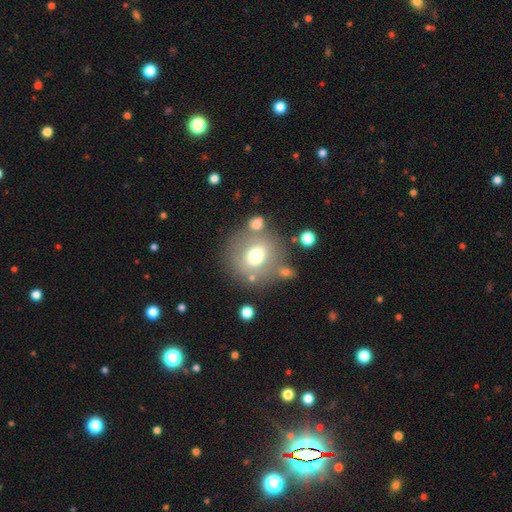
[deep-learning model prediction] Smooth or featured? smooth (65%)
How rounded? round (87%)
Merging? none (68%)